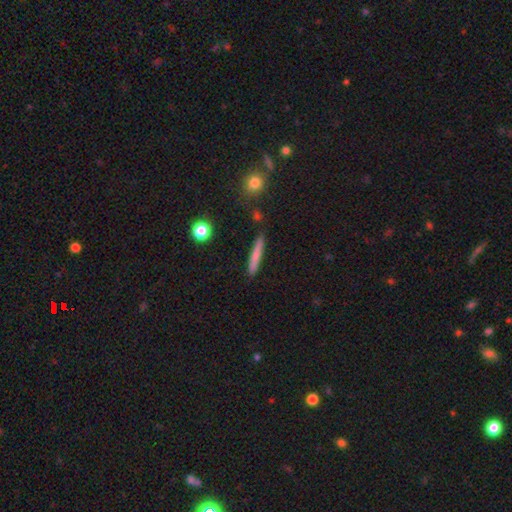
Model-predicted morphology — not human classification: Smooth or featured?
  - smooth: 71% *
  - featured or disk: 21%
  - star or artifact: 8%
How rounded?
  - cigar-shaped: 92% *
  - in between: 5%
  - round: 2%
Merging?
  - none: 86% *
  - minor disturbance: 9%
  - merger: 3%
  - major disturbance: 2%